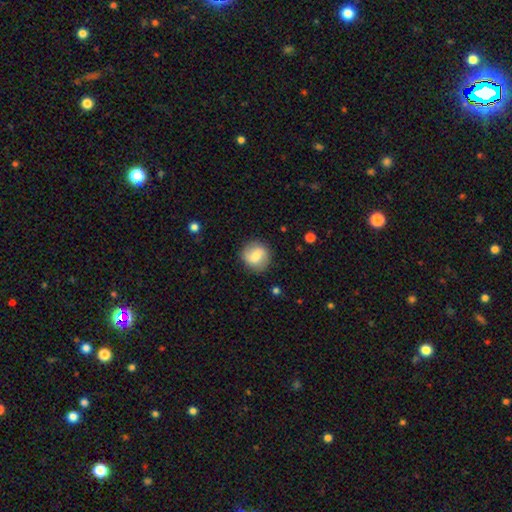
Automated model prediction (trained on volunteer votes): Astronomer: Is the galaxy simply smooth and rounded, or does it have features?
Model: smooth — 62%.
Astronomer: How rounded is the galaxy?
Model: round — 87%.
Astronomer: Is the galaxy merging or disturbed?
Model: none — 85%.